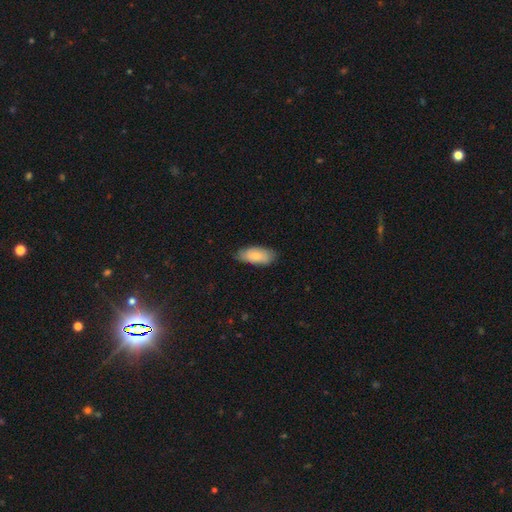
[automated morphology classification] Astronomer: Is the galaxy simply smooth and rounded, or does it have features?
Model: smooth — 77%.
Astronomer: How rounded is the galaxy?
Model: in between — 87%.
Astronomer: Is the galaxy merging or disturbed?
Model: none — 75%.